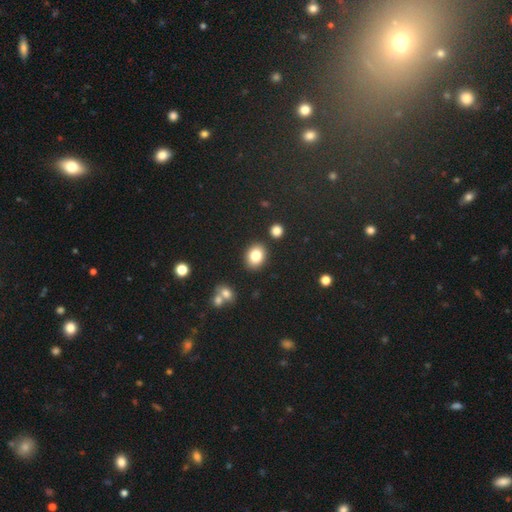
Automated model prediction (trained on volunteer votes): Morphology: type=smooth (82%); roundness=in between (59%); merging=none (84%).